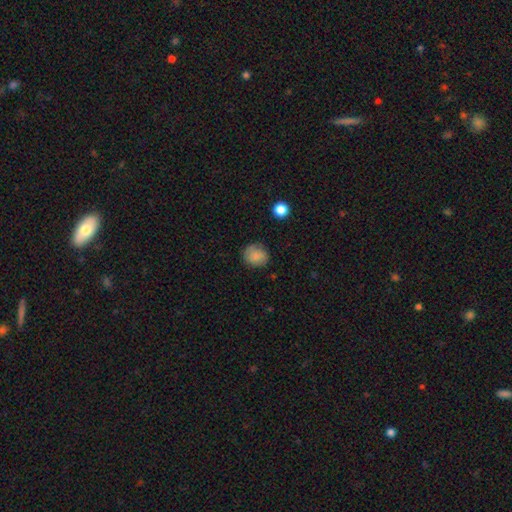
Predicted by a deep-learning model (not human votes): Q: Smooth or featured?
A: smooth (84%); runner-up: star or artifact (9%)
Q: How rounded?
A: round (78%); runner-up: in between (21%)
Q: Merging?
A: none (79%); runner-up: minor disturbance (16%)